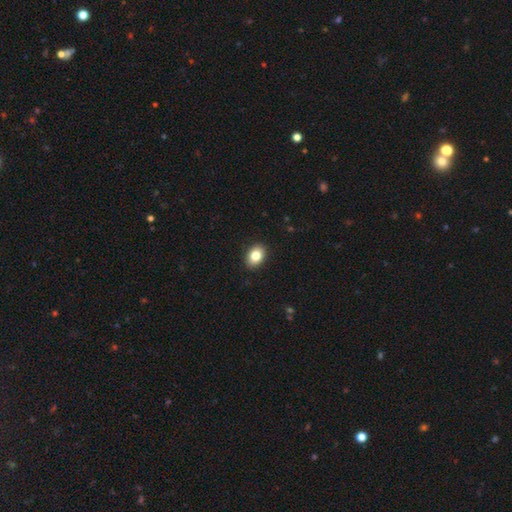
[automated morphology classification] Smooth or featured: smooth — 82% (featured or disk — 9%)
How rounded: in between — 73% (round — 26%)
Merging: none — 90% (minor disturbance — 7%)